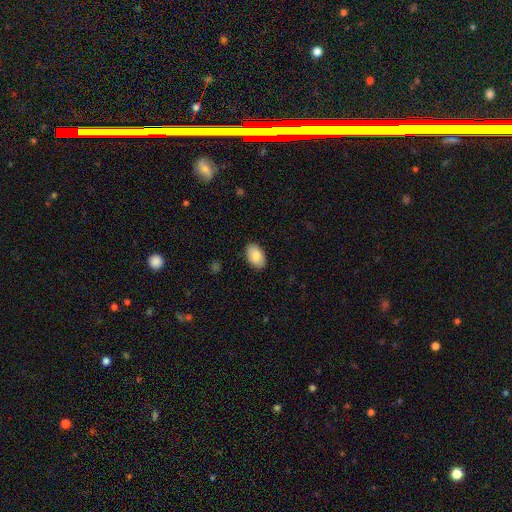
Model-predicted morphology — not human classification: A smooth galaxy with no disk features (87%) that is in between round and cigar-shaped (93%).

Vote fractions:
- Smooth or featured? smooth: 87% / featured or disk: 7% / star or artifact: 6%
- How rounded? in between: 93% / round: 5% / cigar-shaped: 1%
- Merging? none: 89% / minor disturbance: 8% / major disturbance: 2% / merger: 1%